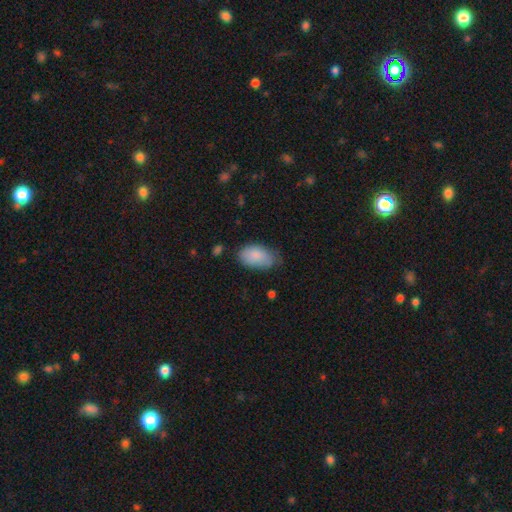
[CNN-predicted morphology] Smooth or featured: smooth — 86% (featured or disk — 8%)
How rounded: in between — 94% (round — 5%)
Merging: none — 56% (minor disturbance — 34%)